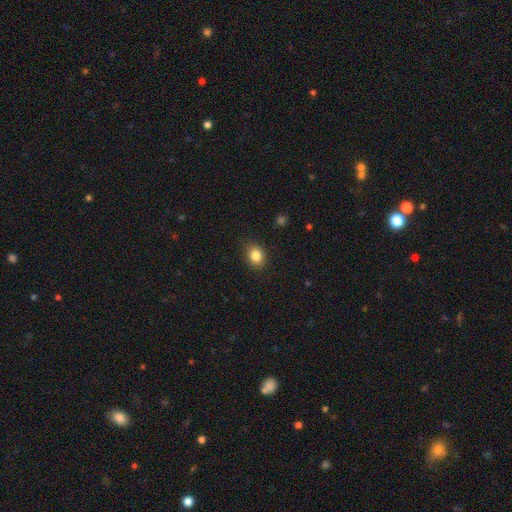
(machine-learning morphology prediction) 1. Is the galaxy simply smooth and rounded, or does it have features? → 84% smooth, 10% star or artifact, 6% featured or disk.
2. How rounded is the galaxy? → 54% round, 45% in between, 1% cigar-shaped.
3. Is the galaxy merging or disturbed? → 87% none, 10% minor disturbance, 2% major disturbance, 1% merger.